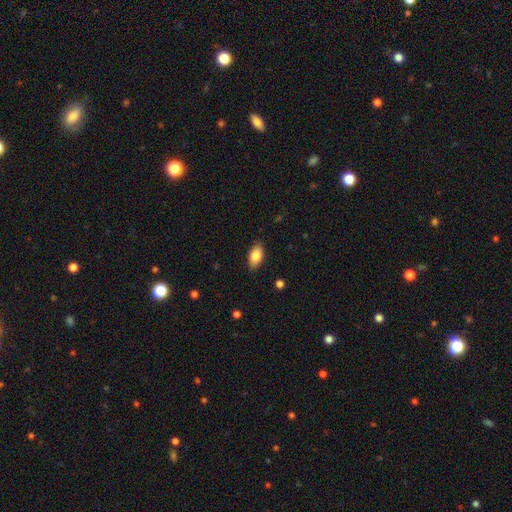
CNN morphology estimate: smooth-or-featured: smooth: 83% | featured or disk: 10% | star or artifact: 7%
  how-rounded: in between: 91% | round: 5% | cigar-shaped: 4%
  merging: none: 86% | minor disturbance: 10% | major disturbance: 2% | merger: 1%